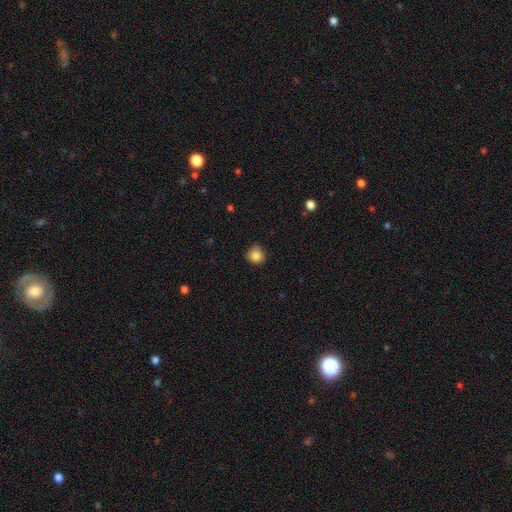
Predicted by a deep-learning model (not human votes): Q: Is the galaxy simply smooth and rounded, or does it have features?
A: smooth — 84%.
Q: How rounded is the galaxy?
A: round — 85%.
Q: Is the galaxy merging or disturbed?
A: none — 74%.